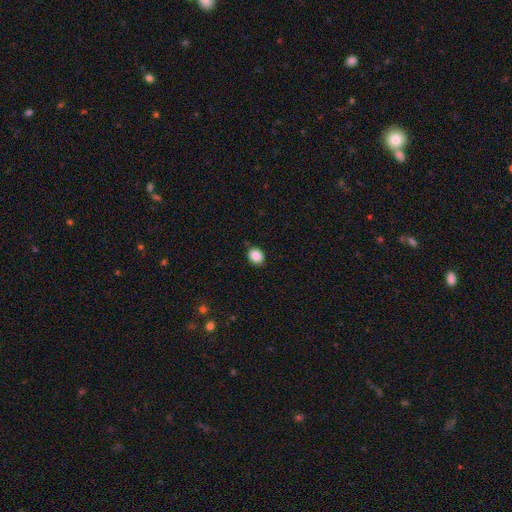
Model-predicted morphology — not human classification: smooth-or-featured: smooth: 88% | star or artifact: 9% | featured or disk: 3%
  how-rounded: round: 54% | in between: 45% | cigar-shaped: 1%
  merging: none: 86% | minor disturbance: 10% | major disturbance: 2% | merger: 1%